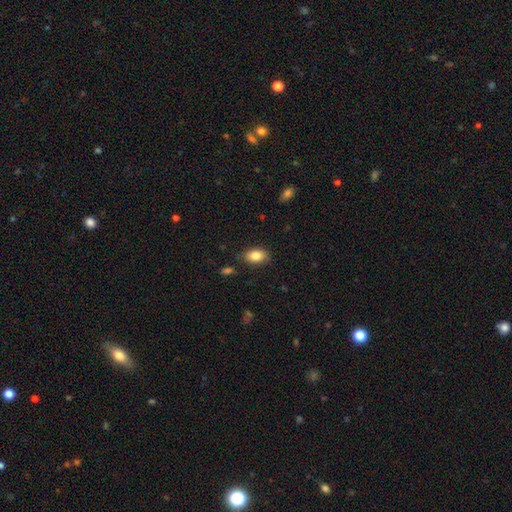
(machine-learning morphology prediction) This appears to be a smooth galaxy with no disk features (84%) that is in between round and cigar-shaped (89%). Merging: none (82%).